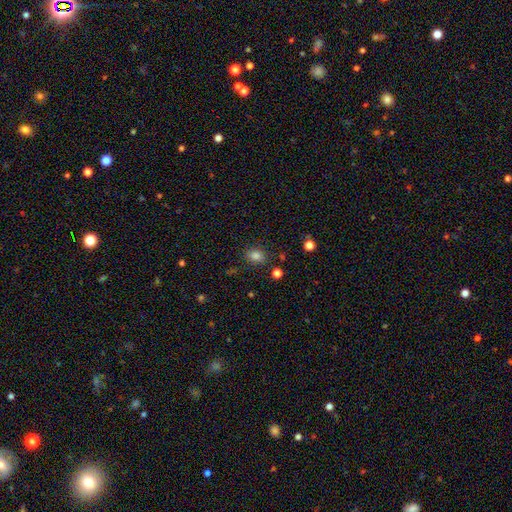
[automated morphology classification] smooth-or-featured: smooth: 82% | star or artifact: 13% | featured or disk: 5%
  how-rounded: in between: 61% | round: 37% | cigar-shaped: 1%
  merging: none: 83% | minor disturbance: 11% | major disturbance: 4% | merger: 3%